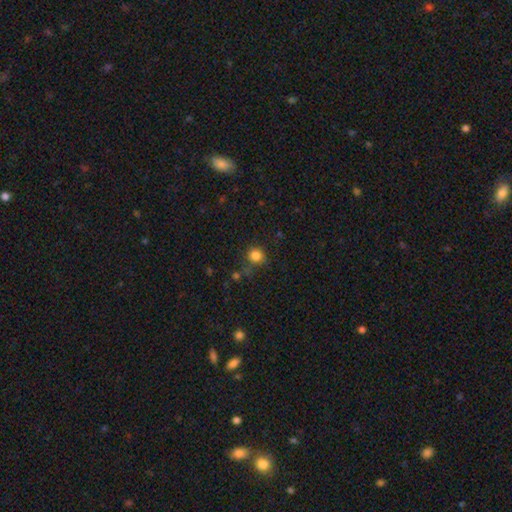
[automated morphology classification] A smooth galaxy with no disk features (83%) that is round (86%).

Vote fractions:
- Smooth or featured? smooth: 83% / star or artifact: 12% / featured or disk: 4%
- How rounded? round: 86% / in between: 13% / cigar-shaped: 1%
- Merging? none: 73% / minor disturbance: 16% / merger: 6% / major disturbance: 5%